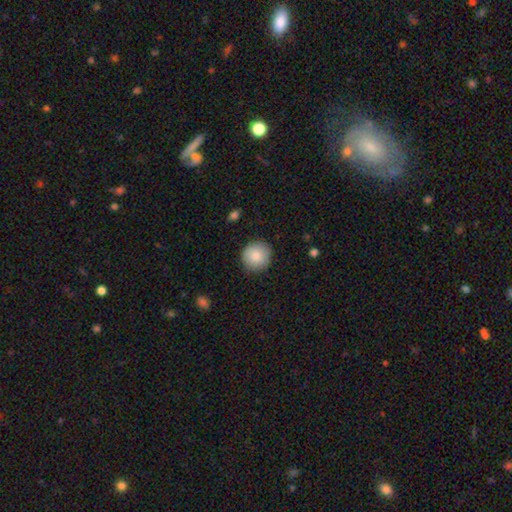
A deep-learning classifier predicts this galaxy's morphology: smooth-or-featured: smooth: 86% | star or artifact: 7% | featured or disk: 7%
  how-rounded: round: 93% | in between: 6% | cigar-shaped: 1%
  merging: none: 88% | minor disturbance: 9% | major disturbance: 2% | merger: 1%